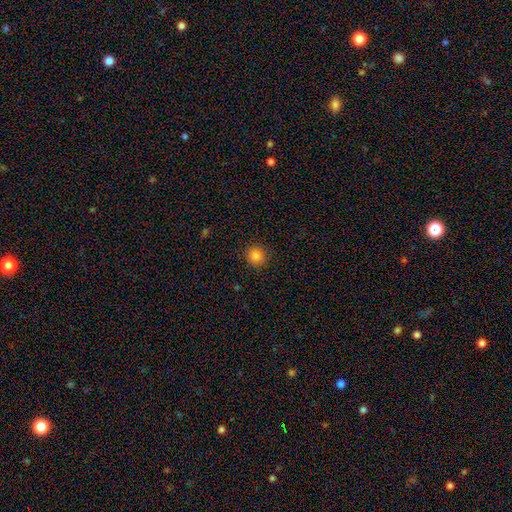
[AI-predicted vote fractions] This appears to be a smooth galaxy with no disk features (84%) that is round (93%). Merging: none (91%).